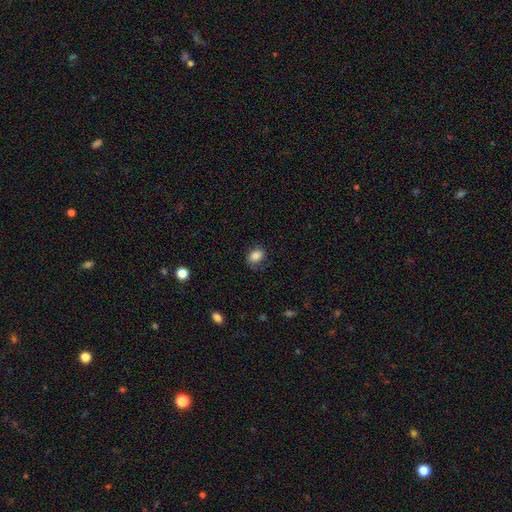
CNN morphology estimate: This appears to be a smooth galaxy with no disk features (77%) that is in between round and cigar-shaped (75%). Merging: none (63%).